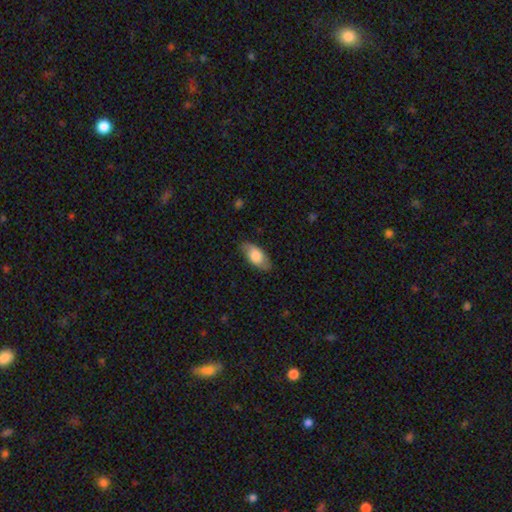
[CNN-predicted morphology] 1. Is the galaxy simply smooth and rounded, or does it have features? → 75% smooth, 19% featured or disk, 6% star or artifact.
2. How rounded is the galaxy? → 90% in between, 7% cigar-shaped, 3% round.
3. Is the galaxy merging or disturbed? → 81% none, 15% minor disturbance, 3% major disturbance, 1% merger.